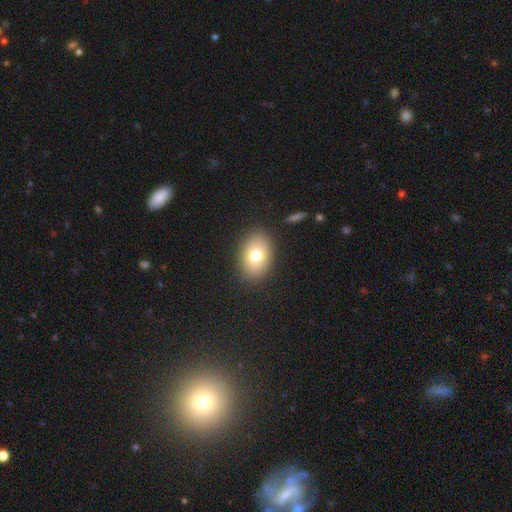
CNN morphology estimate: The model was most divided on "how rounded": in between: 75%, round: 24%, cigar-shaped: 1%. More confident: merging — none (87%); smooth or featured — smooth (75%).